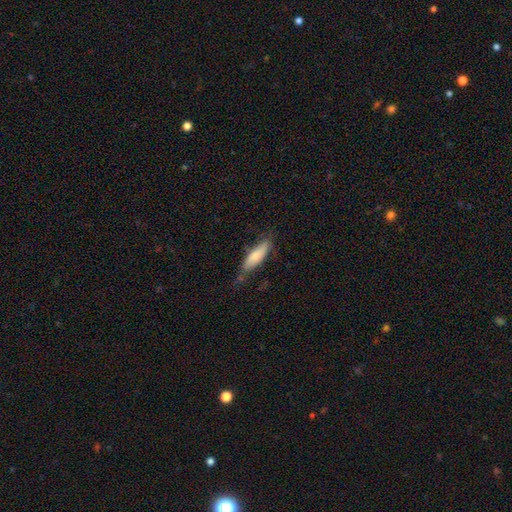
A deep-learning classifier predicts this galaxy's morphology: This appears to be a smooth galaxy with no disk features (72%) that is cigar-shaped (55%). Merging: none (62%).